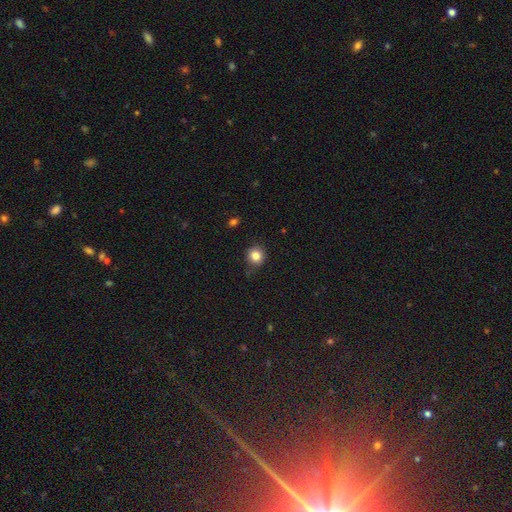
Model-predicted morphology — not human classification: smooth 83%, star or artifact 11%, featured or disk 6%. Down the decision tree: how rounded — round (87%); merging — none (82%).